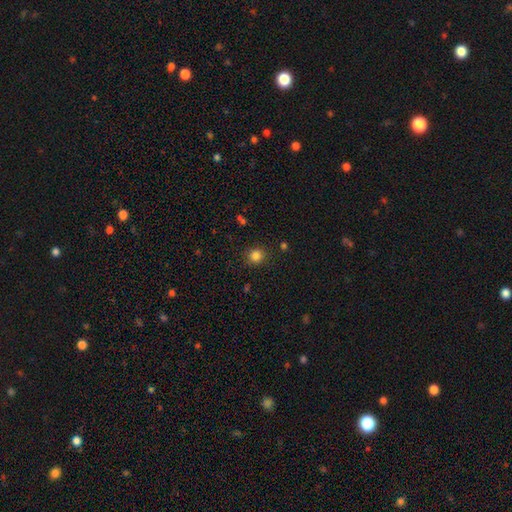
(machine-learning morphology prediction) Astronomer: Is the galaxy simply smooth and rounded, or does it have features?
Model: smooth — 83%.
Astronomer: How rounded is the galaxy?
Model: round — 87%.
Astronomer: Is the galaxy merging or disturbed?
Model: none — 86%.